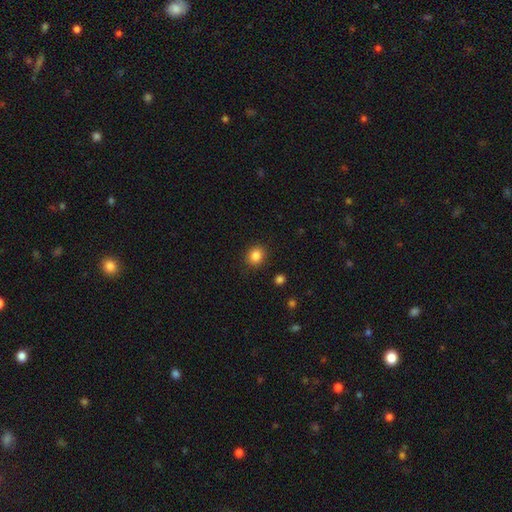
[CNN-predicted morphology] Smooth or featured: smooth — 85% (star or artifact — 11%)
How rounded: round — 77% (in between — 22%)
Merging: none — 89% (minor disturbance — 7%)